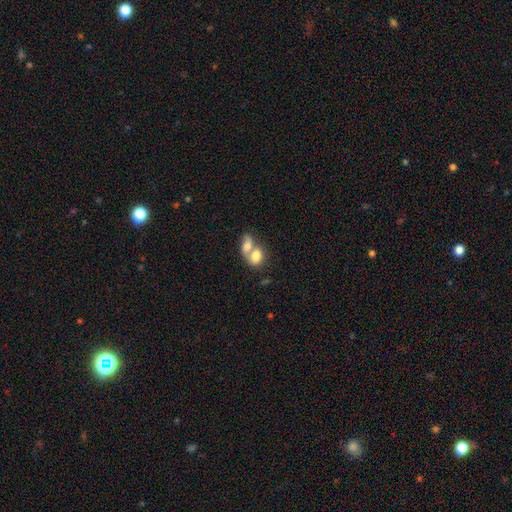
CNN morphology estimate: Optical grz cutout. It shows a smooth galaxy with no disk features (73%) that is in between round and cigar-shaped (74%). Merging: merger (74%).